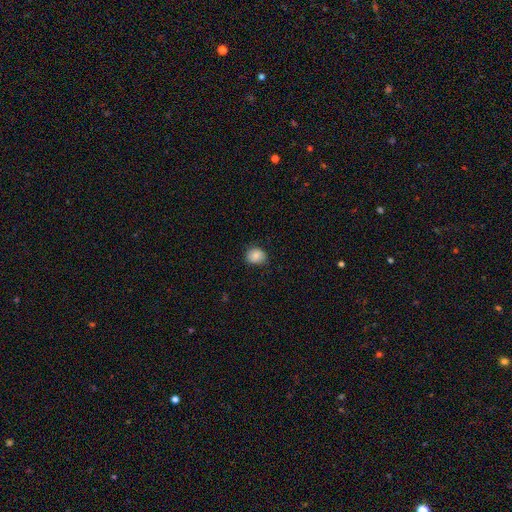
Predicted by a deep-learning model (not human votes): A smooth galaxy with no disk features (83%) that is round (64%). Merging: none (77%).